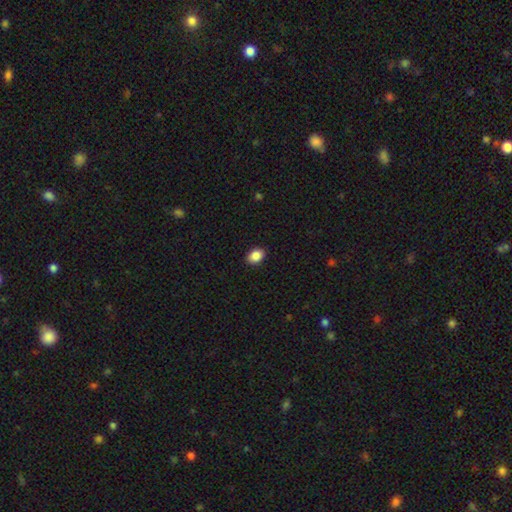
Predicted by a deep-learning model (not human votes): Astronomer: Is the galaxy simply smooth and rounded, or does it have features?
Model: smooth — 88%.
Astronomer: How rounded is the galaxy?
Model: in between — 75%.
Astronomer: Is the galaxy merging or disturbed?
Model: none — 90%.